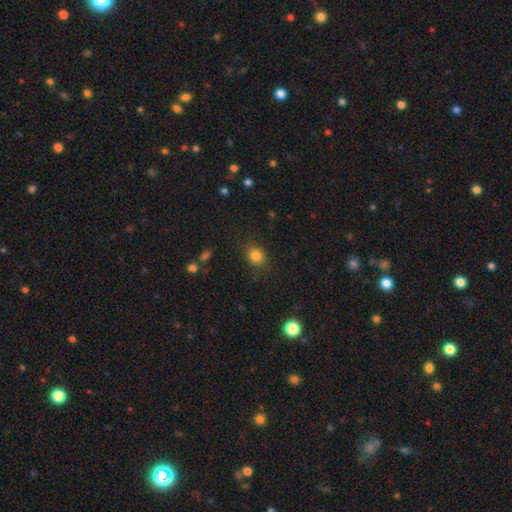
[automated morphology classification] A smooth galaxy with no disk features (82%) that is round (68%).

Vote fractions:
- Smooth or featured? smooth: 82% / star or artifact: 12% / featured or disk: 6%
- How rounded? round: 68% / in between: 31% / cigar-shaped: 1%
- Merging? none: 83% / minor disturbance: 11% / major disturbance: 4% / merger: 1%